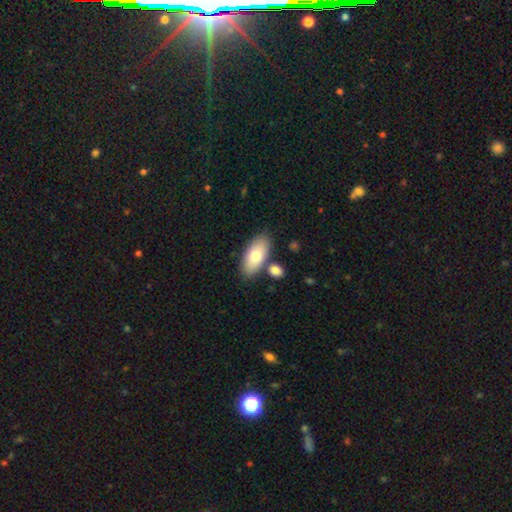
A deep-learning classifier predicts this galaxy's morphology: Overall: smooth (75%). How rounded: in between (90%). Merging: none (77%).